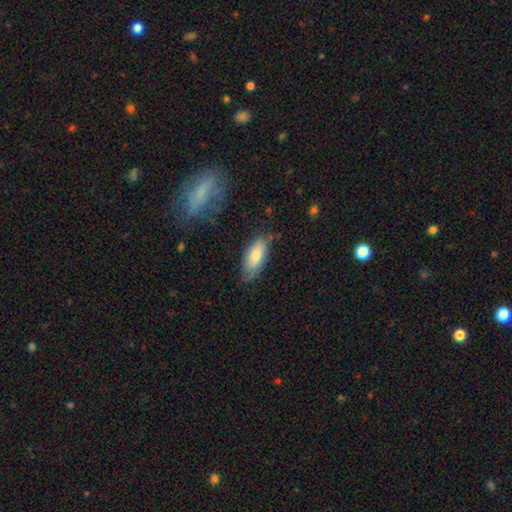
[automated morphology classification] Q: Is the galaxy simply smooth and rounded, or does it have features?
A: smooth — 70%.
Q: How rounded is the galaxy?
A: in between — 84%.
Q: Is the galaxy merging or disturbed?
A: none — 67%.